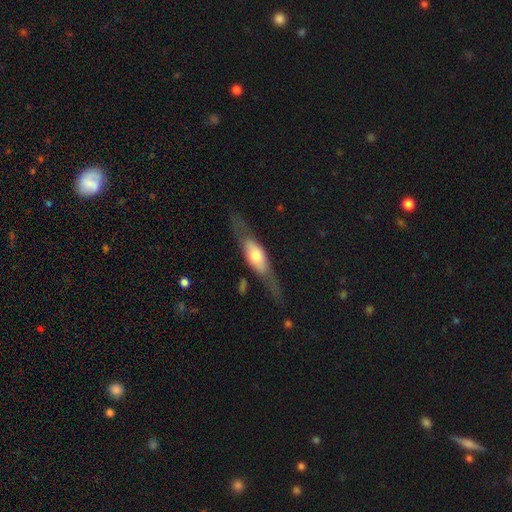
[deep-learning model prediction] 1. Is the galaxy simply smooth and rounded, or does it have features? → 62% featured or disk, 33% smooth, 5% star or artifact.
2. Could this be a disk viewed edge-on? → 78% yes, 22% no.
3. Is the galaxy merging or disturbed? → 71% none, 17% minor disturbance, 10% major disturbance, 2% merger.